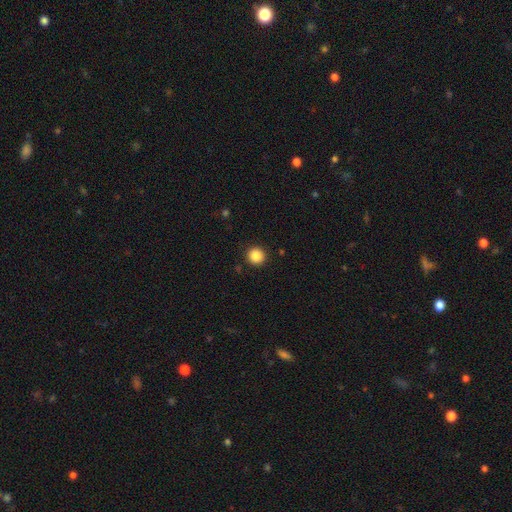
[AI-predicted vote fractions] A smooth galaxy with no disk features (87%) that is round (95%). Merging: none (92%).